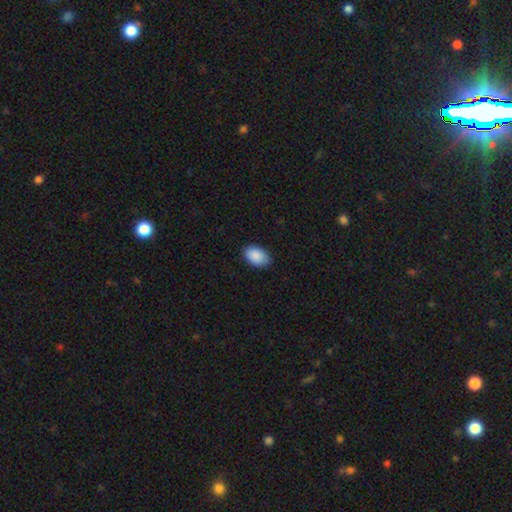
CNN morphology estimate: Smooth or featured? Predicted: smooth (p=0.90). How rounded? Predicted: in between (p=0.91). Merging? Predicted: none (p=0.85).